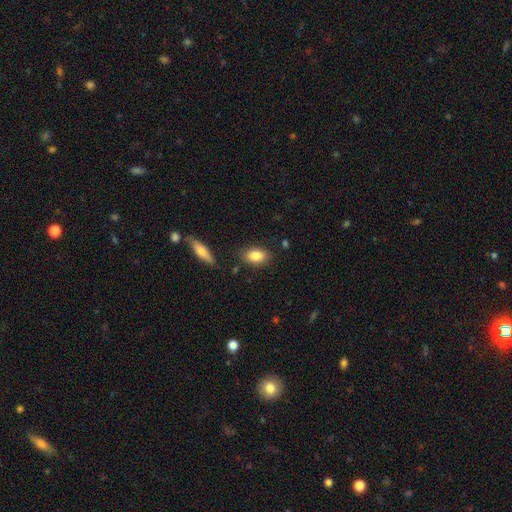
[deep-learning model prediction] smooth 85%, featured or disk 8%, star or artifact 7%. Down the decision tree: how rounded — in between (87%); merging — none (82%).